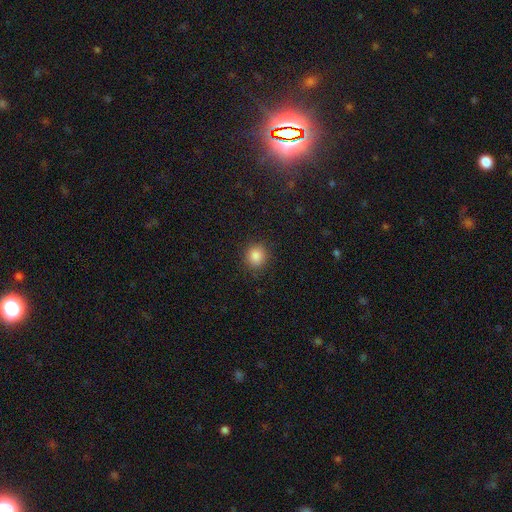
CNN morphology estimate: This appears to be a smooth galaxy with no disk features (85%) that is round (84%). Merging: none (89%).